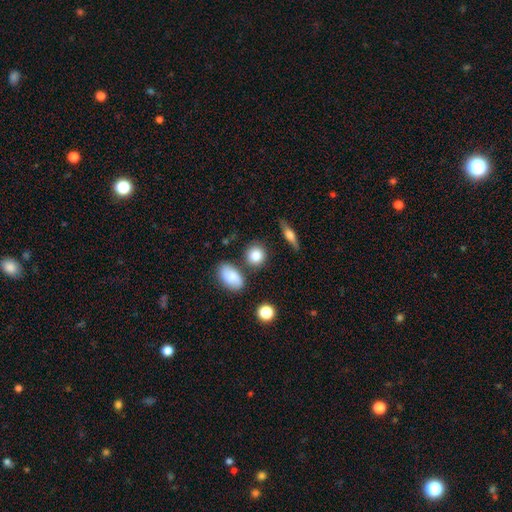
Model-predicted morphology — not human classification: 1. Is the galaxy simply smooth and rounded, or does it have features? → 82% smooth, 9% star or artifact, 8% featured or disk.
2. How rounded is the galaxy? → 77% round, 20% in between, 2% cigar-shaped.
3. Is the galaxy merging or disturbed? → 77% none, 11% minor disturbance, 8% merger, 3% major disturbance.